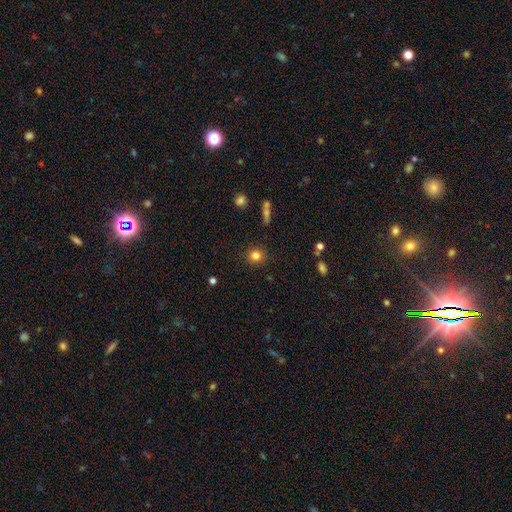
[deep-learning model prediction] smooth 82%, star or artifact 12%, featured or disk 7%. Down the decision tree: how rounded — round (89%); merging — none (90%).